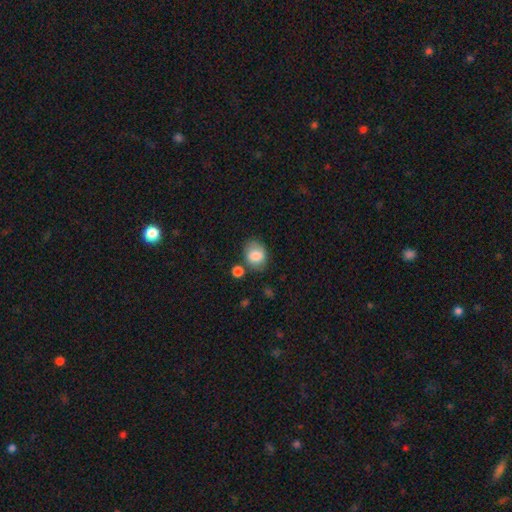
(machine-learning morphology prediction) A smooth galaxy with no disk features (78%) that is in between round and cigar-shaped (56%). Merging: none (67%).